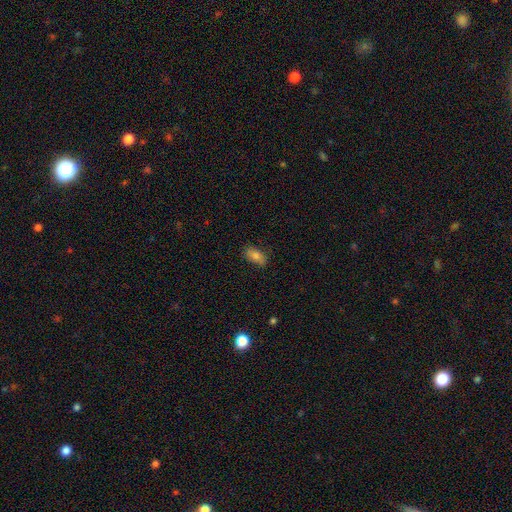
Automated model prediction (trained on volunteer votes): The model was most divided on "smooth or featured": smooth: 78%, featured or disk: 14%, star or artifact: 9%. More confident: how rounded — in between (88%); merging — none (81%).